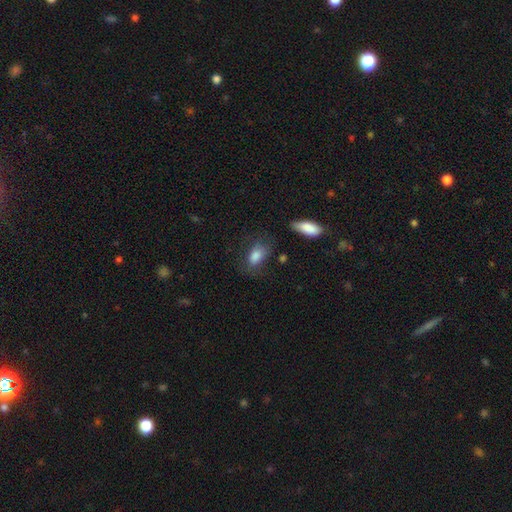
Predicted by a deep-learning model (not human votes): The model was most divided on "merging": none: 57%, minor disturbance: 24%, major disturbance: 15%, merger: 4%. More confident: how rounded — in between (86%); smooth or featured — smooth (81%).